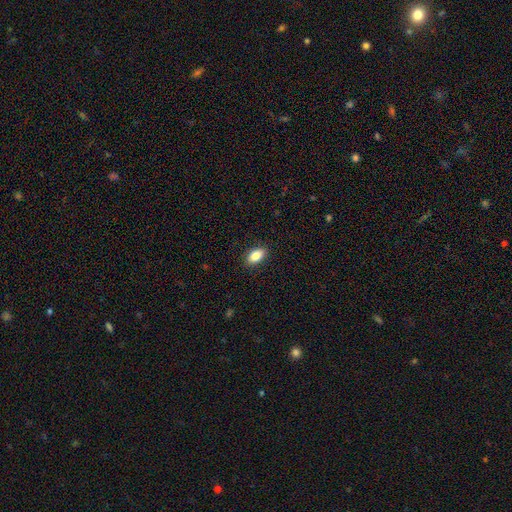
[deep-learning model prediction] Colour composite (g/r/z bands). It shows a smooth galaxy with no disk features (85%) that is in between round and cigar-shaped (91%). Merging: none (89%).